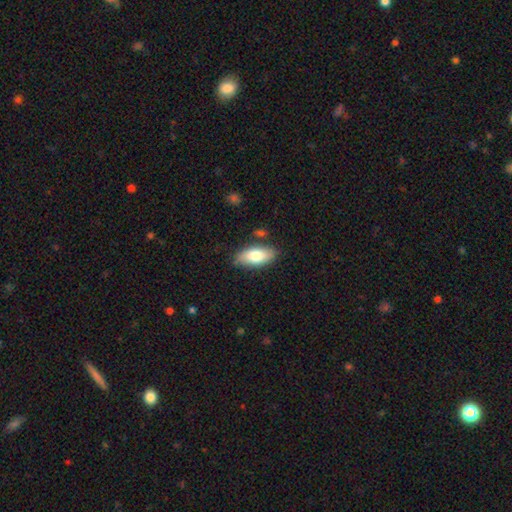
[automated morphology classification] This is likely a smooth galaxy (78%). How rounded: clearly in between (88%). Merging: likely none (78%).